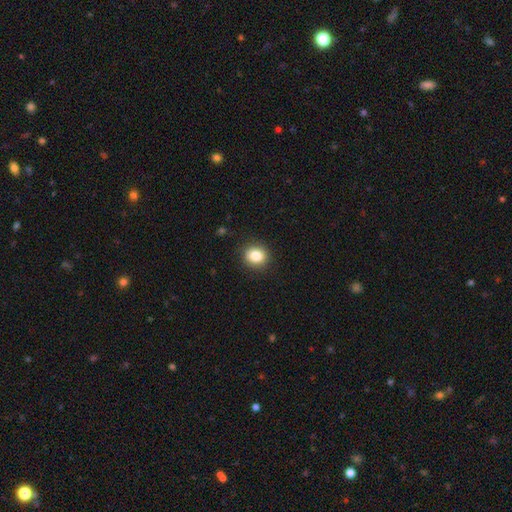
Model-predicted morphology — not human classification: Smooth or featured? smooth (84%)
How rounded? round (77%)
Merging? none (89%)